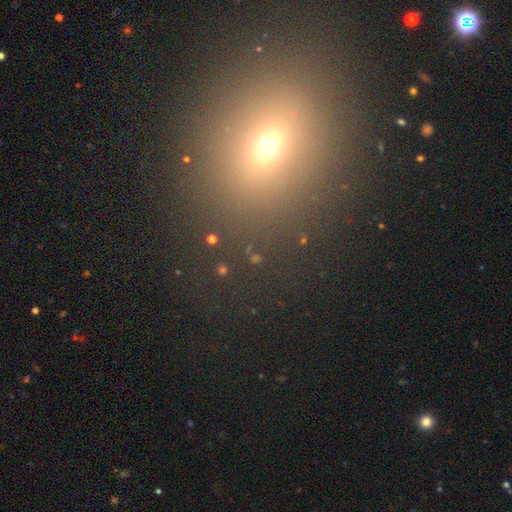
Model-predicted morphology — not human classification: Smooth or featured?
  - smooth: 49% *
  - star or artifact: 39%
  - featured or disk: 12%
Merging?
  - none: 84% *
  - minor disturbance: 8%
  - major disturbance: 4%
  - merger: 4%